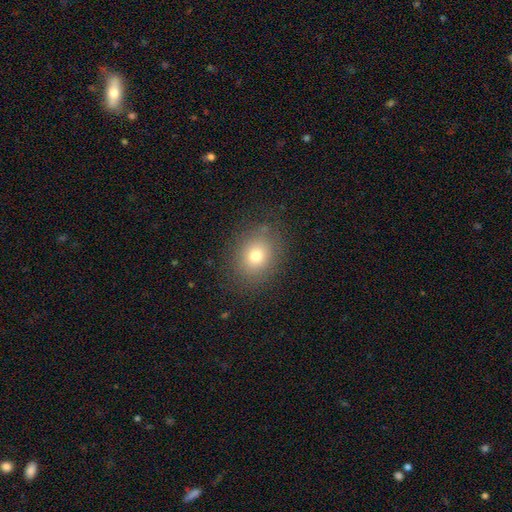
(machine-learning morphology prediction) Overall: smooth (74%). How rounded: round (61%; in between 38%). Merging: none (84%).